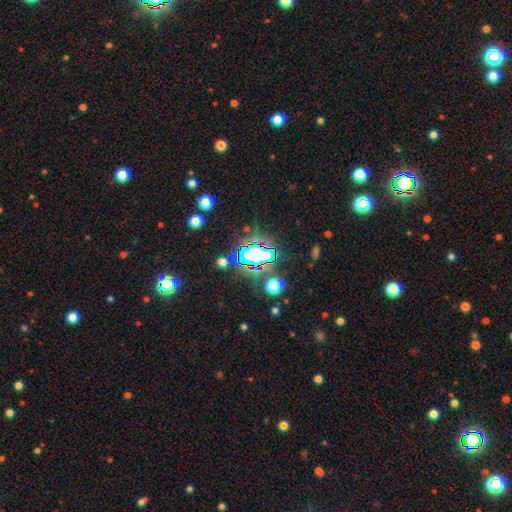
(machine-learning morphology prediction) Smooth or featured?
  - star or artifact: 65% *
  - smooth: 22%
  - featured or disk: 13%